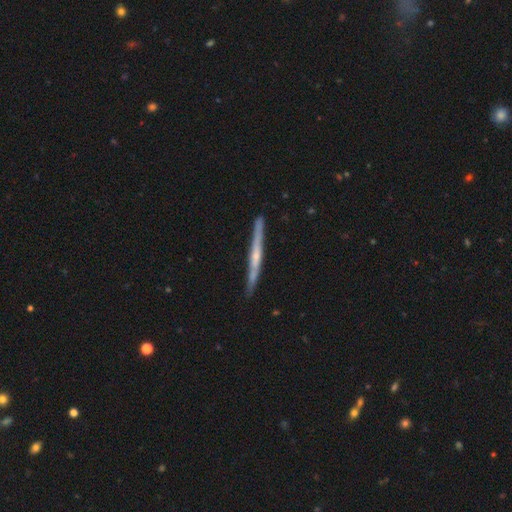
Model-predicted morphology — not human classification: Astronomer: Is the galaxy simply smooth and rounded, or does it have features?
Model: featured or disk — 67%.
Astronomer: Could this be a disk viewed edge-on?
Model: yes — 96%.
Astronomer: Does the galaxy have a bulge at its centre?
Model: none — 50% (runner-up: rounded, 41%).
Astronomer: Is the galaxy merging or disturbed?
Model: none — 87%.